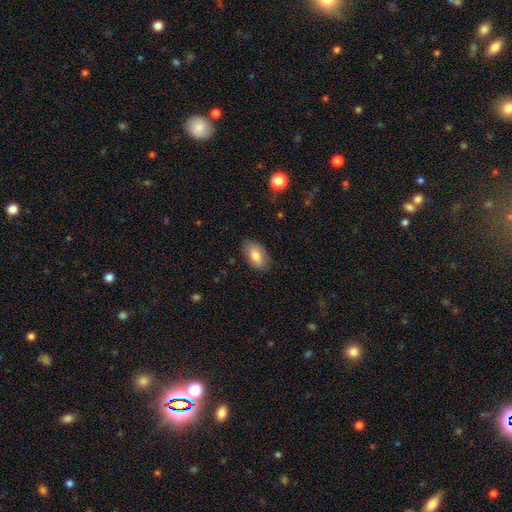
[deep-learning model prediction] The model was most divided on "smooth or featured": smooth: 75%, featured or disk: 18%, star or artifact: 7%. More confident: how rounded — in between (92%); merging — none (80%).